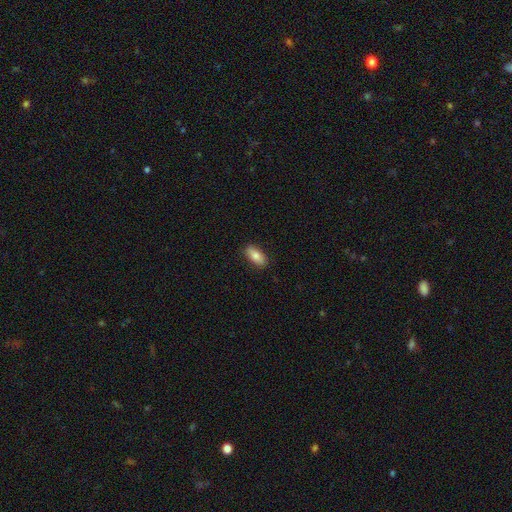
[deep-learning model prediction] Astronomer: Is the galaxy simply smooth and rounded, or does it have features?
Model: smooth — 81%.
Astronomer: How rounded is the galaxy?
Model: in between — 85%.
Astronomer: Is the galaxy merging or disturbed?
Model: none — 87%.